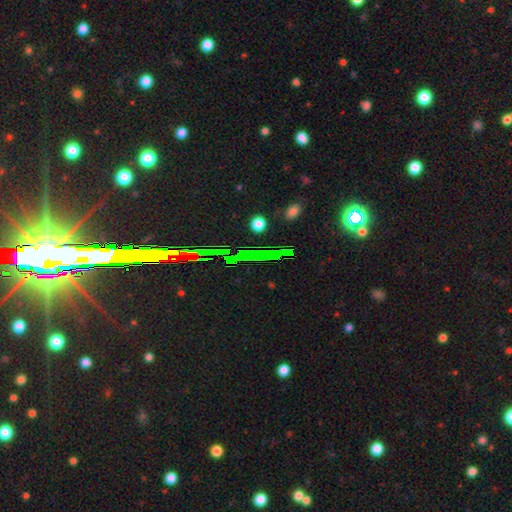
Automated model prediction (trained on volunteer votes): Q: Smooth or featured?
A: star or artifact (73%); runner-up: featured or disk (15%)